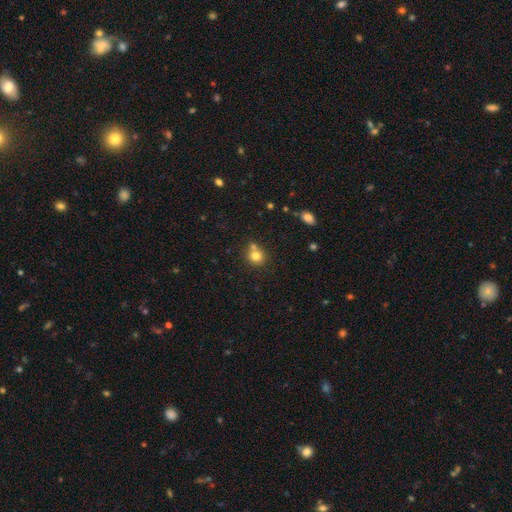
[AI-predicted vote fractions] smooth_or_featured: smooth (p=0.78) [alt: star or artifact p=0.12]
how_rounded: round (p=0.84) [alt: in between p=0.15]
merging: none (p=0.58) [alt: merger p=0.29]